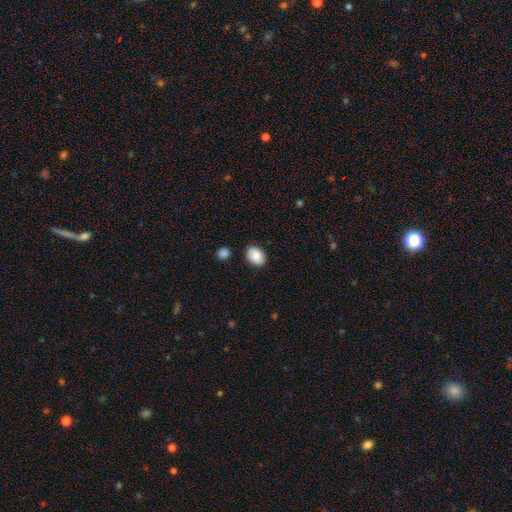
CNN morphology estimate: Smooth or featured? smooth (83%)
How rounded? in between (73%)
Merging? none (83%)